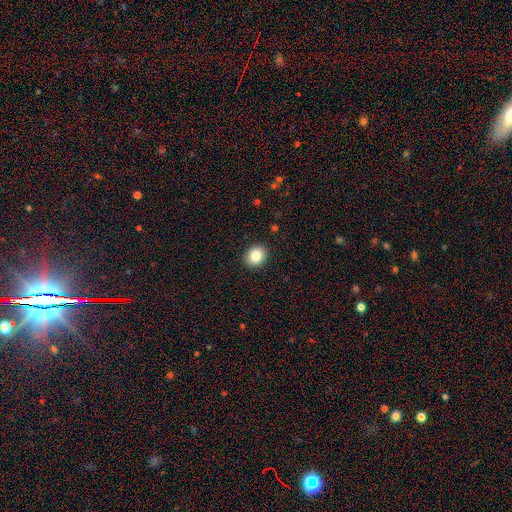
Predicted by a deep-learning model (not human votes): Smooth or featured?
  - smooth: 84% *
  - star or artifact: 9%
  - featured or disk: 7%
How rounded?
  - round: 72% *
  - in between: 28%
  - cigar-shaped: 1%
Merging?
  - none: 91% *
  - minor disturbance: 6%
  - major disturbance: 2%
  - merger: 1%